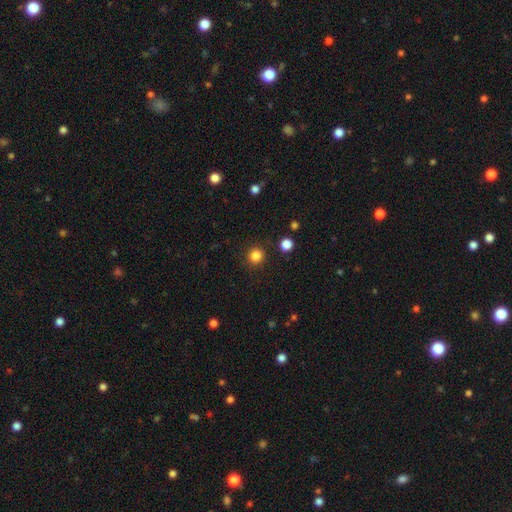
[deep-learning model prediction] Morphology: type=smooth (84%); roundness=round (94%); merging=none (91%).